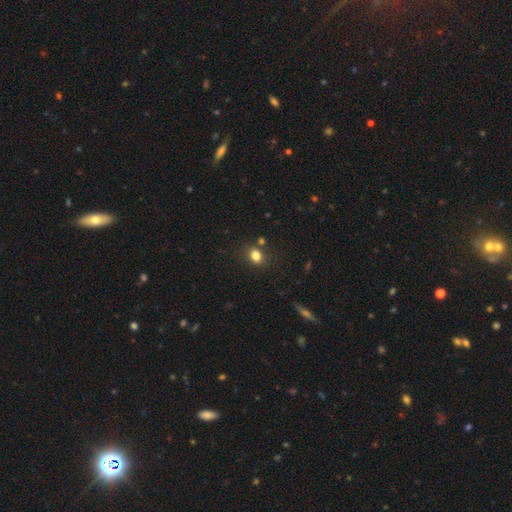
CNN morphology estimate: The model was most divided on "how rounded": round: 56%, in between: 43%, cigar-shaped: 1%. More confident: smooth or featured — smooth (81%); merging — none (78%).